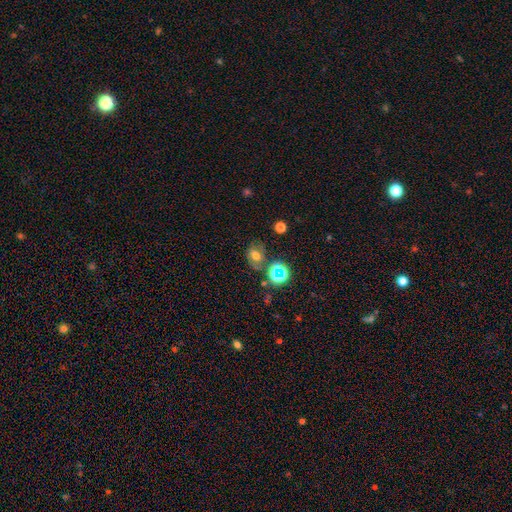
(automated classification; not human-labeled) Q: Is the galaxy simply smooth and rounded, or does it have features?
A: smooth — 50%.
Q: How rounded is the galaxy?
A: in between — 54%.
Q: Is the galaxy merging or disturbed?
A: none — 61%.